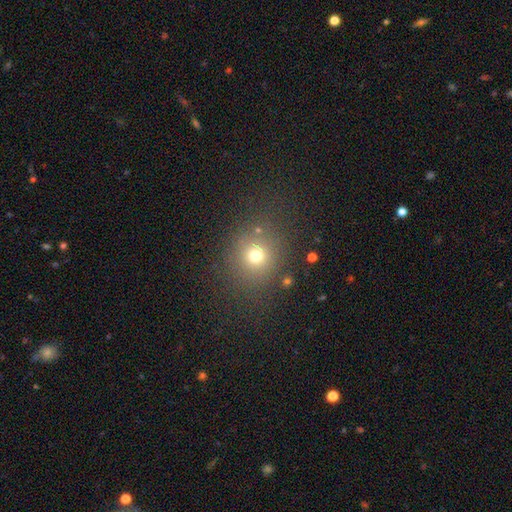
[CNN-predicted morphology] smooth-or-featured: smooth: 72% | star or artifact: 19% | featured or disk: 9%
  how-rounded: round: 84% | in between: 15% | cigar-shaped: 1%
  merging: none: 80% | minor disturbance: 10% | major disturbance: 6% | merger: 4%